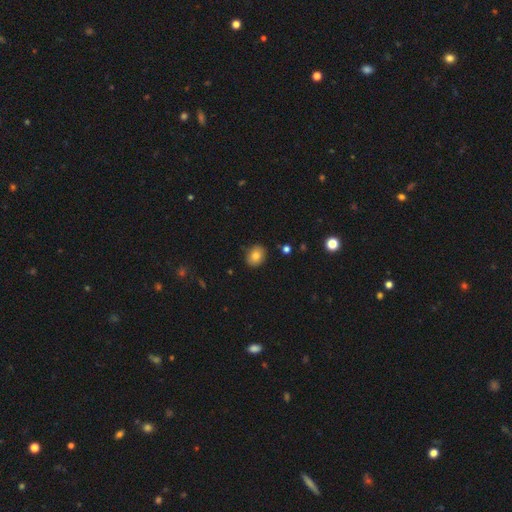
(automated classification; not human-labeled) Smooth or featured? smooth (82%)
How rounded? in between (55%)
Merging? none (86%)